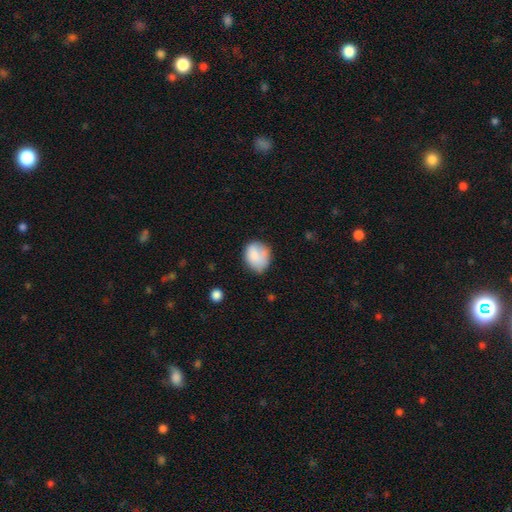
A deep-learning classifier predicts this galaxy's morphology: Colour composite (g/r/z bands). It shows a smooth galaxy with no disk features (81%) that is round (51%). Merging: none (57%).